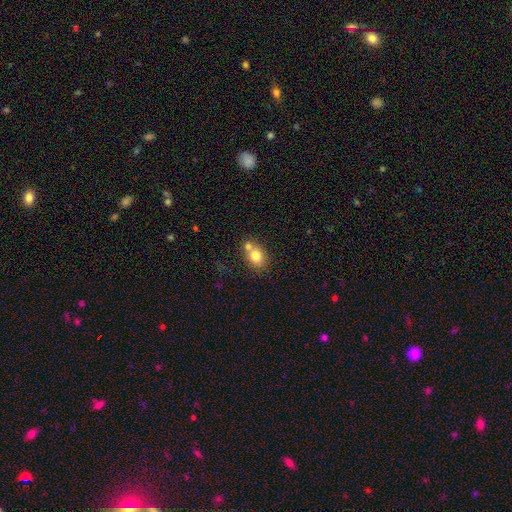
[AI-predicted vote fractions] smooth_or_featured: smooth (p=0.77) [alt: featured or disk p=0.13]
how_rounded: in between (p=0.52) [alt: round p=0.47]
merging: none (p=0.47) [alt: merger p=0.39]